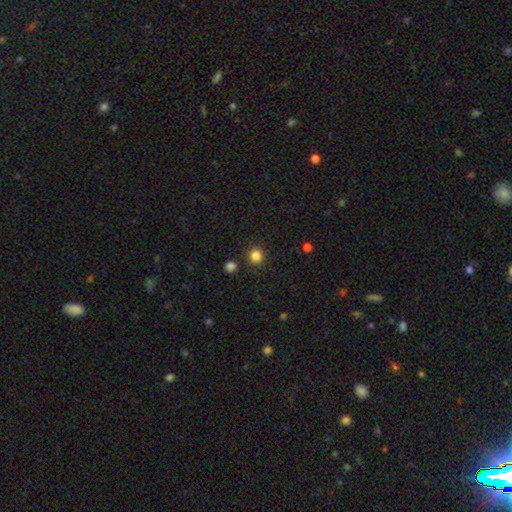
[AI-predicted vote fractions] Morphology: type=smooth (84%); roundness=round (94%); merging=none (89%).